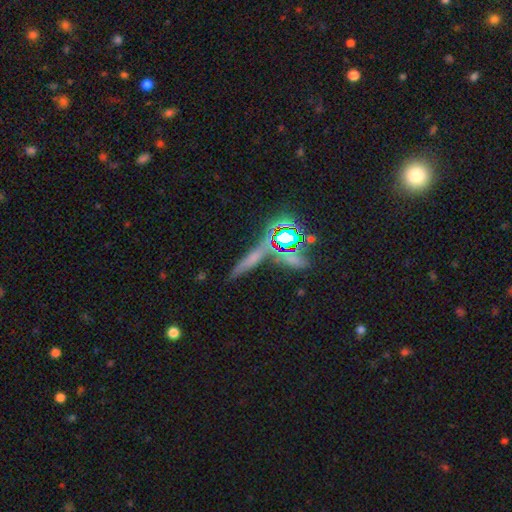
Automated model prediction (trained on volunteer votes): A star or artifact, not a galaxy (44%).